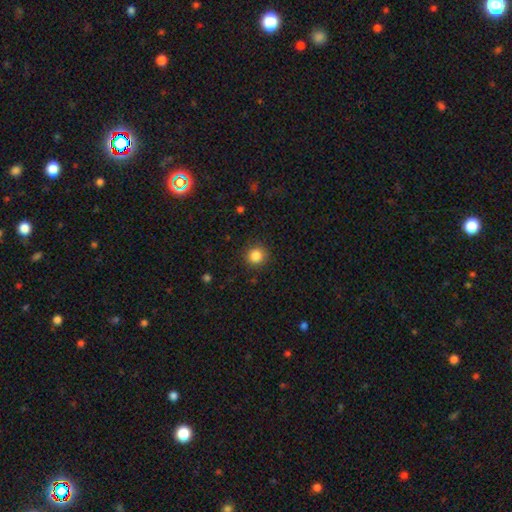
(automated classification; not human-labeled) A smooth galaxy with no disk features (86%) that is round (93%). Merging: none (90%).